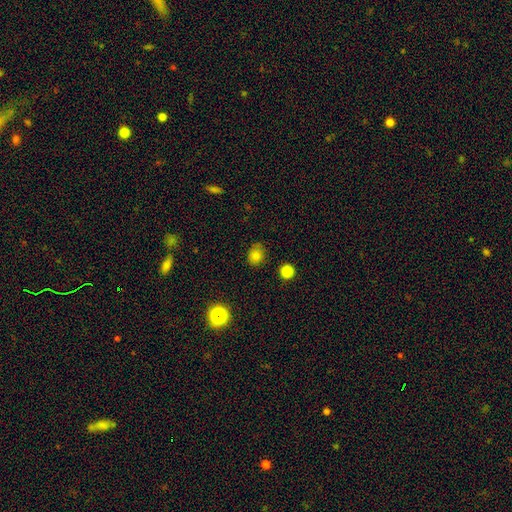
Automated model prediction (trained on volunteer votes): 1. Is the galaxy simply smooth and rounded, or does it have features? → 79% smooth, 15% star or artifact, 6% featured or disk.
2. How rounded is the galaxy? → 64% round, 35% in between, 1% cigar-shaped.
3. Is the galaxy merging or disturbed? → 76% none, 17% minor disturbance, 4% major disturbance, 2% merger.